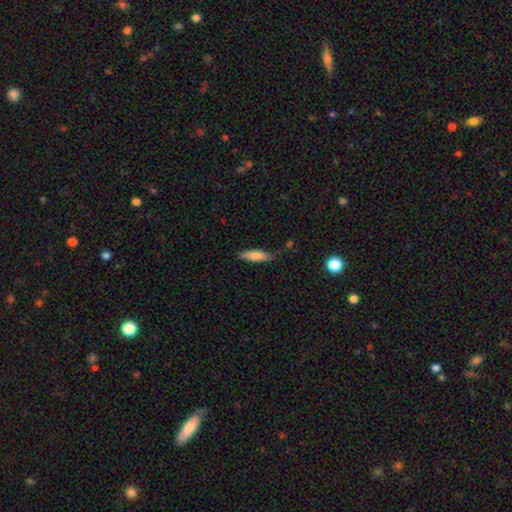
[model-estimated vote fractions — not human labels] A smooth galaxy with no disk features (76%) that is cigar-shaped (63%). Merging: none (75%).